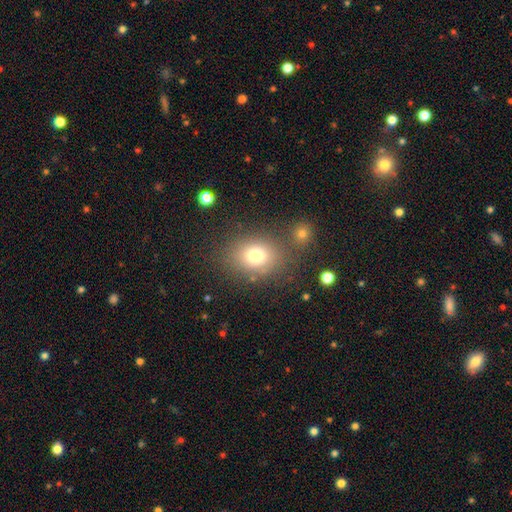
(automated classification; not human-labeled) A smooth galaxy with no disk features (74%) that is round (52%).

Vote fractions:
- Smooth or featured? smooth: 74% / star or artifact: 14% / featured or disk: 12%
- How rounded? round: 52% / in between: 47% / cigar-shaped: 1%
- Merging? none: 71% / merger: 12% / minor disturbance: 11% / major disturbance: 5%